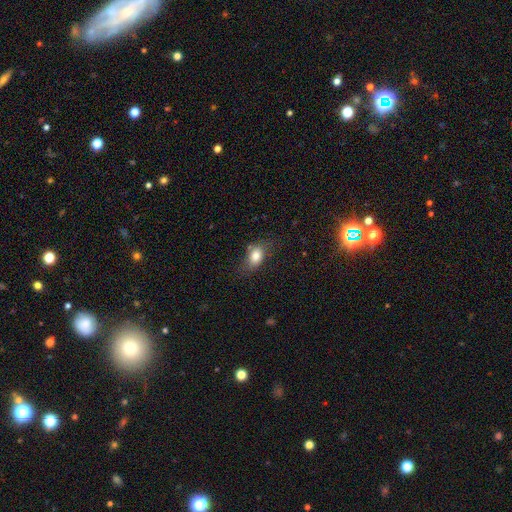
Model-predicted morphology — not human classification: Overall: smooth (80%). How rounded: in between (83%). Merging: none (64%).